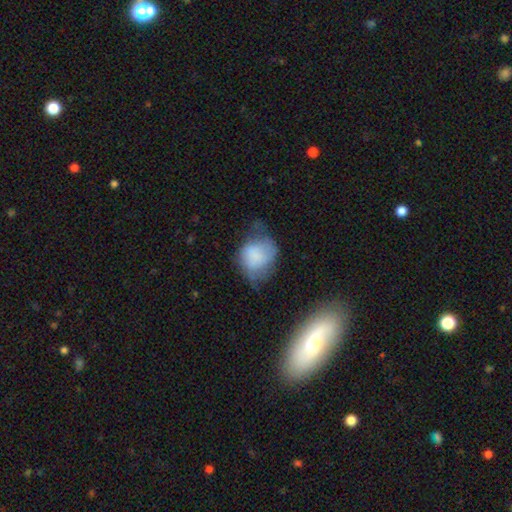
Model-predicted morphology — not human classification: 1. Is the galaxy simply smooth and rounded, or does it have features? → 66% smooth, 26% featured or disk, 8% star or artifact.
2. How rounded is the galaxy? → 54% in between, 45% round, 1% cigar-shaped.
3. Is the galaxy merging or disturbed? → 35% minor disturbance, 32% major disturbance, 29% none, 5% merger.